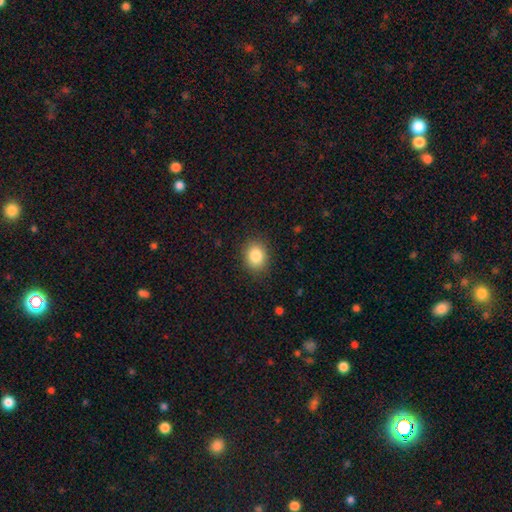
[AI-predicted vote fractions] Smooth or featured: smooth — 85% (star or artifact — 9%)
How rounded: round — 53% (in between — 46%)
Merging: none — 87% (minor disturbance — 9%)